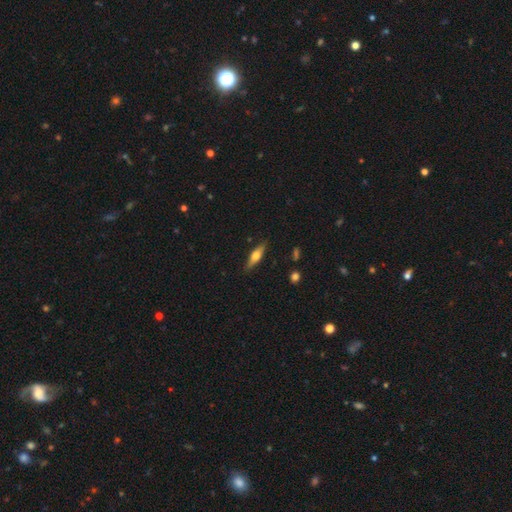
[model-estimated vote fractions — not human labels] Q: Smooth or featured?
A: featured or disk (53%); runner-up: smooth (40%)
Q: Edge-on disk?
A: yes (93%); runner-up: no (7%)
Q: Merging?
A: none (86%); runner-up: minor disturbance (10%)